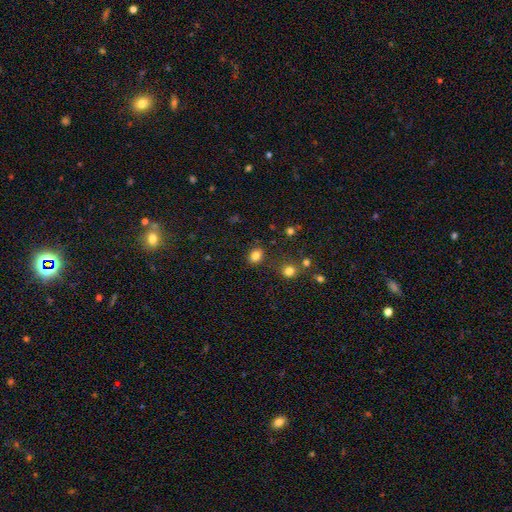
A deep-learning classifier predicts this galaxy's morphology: This is clearly a smooth galaxy (82%). How rounded: possibly in between (51%). Merging: clearly none (81%).